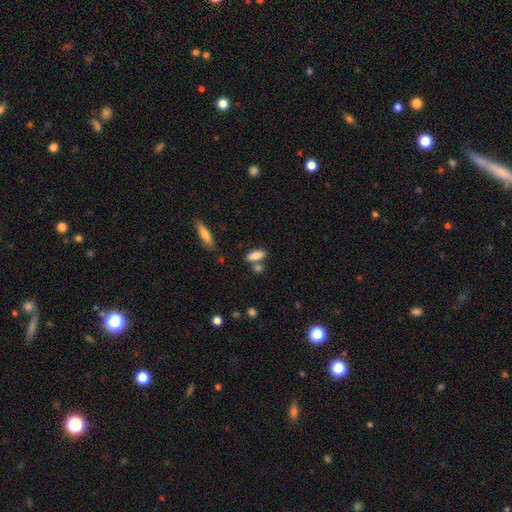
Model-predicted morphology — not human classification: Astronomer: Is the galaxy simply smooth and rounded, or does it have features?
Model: smooth — 82%.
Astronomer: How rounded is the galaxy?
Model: in between — 71%.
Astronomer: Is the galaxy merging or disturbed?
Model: none — 61%.